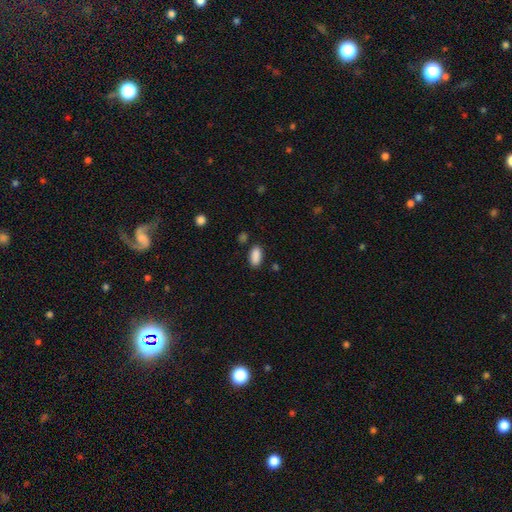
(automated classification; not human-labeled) Smooth or featured? smooth (89%)
How rounded? in between (90%)
Merging? none (84%)